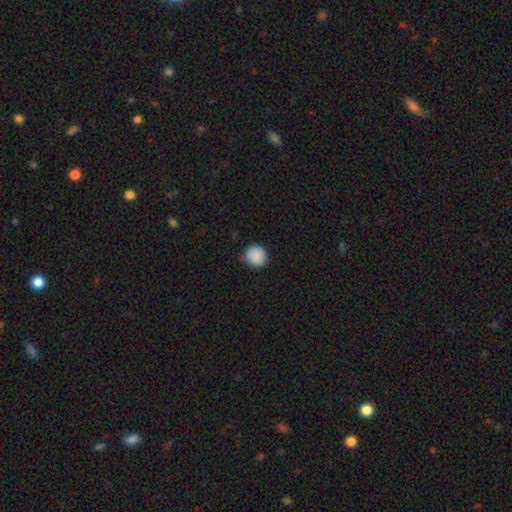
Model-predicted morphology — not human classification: A smooth galaxy with no disk features (88%) that is round (89%).

Vote fractions:
- Smooth or featured? smooth: 88% / star or artifact: 8% / featured or disk: 4%
- How rounded? round: 89% / in between: 10% / cigar-shaped: 1%
- Merging? none: 76% / minor disturbance: 20% / major disturbance: 3% / merger: 1%